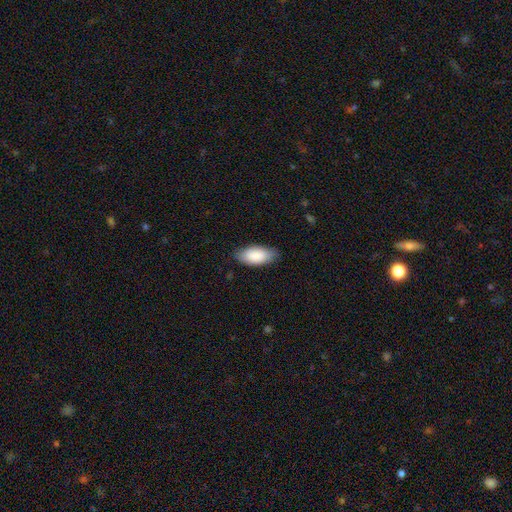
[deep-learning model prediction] smooth_or_featured: smooth (p=0.87) [alt: featured or disk p=0.07]
how_rounded: in between (p=0.92) [alt: cigar-shaped p=0.06]
merging: none (p=0.80) [alt: minor disturbance p=0.16]